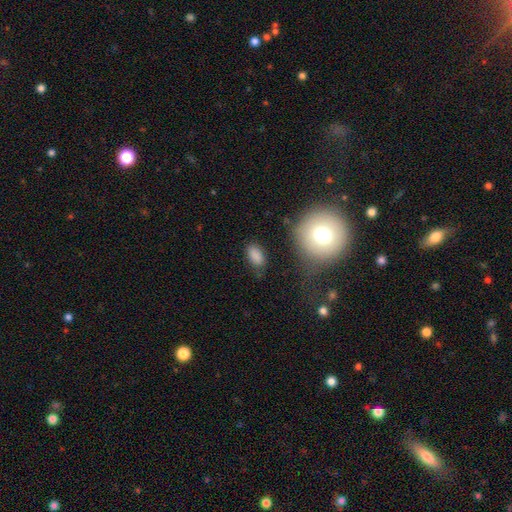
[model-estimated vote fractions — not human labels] A smooth galaxy with no disk features (84%) that is in between round and cigar-shaped (91%). Merging: none (75%).